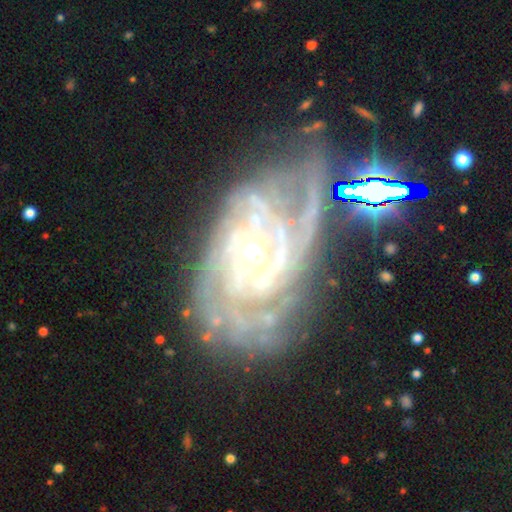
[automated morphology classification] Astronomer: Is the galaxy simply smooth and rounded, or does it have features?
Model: featured or disk — 88%.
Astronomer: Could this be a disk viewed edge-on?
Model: no — 96%.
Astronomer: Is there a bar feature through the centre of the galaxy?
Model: no — 53% (runner-up: weak, 34%).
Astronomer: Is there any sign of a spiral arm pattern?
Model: yes — 97%.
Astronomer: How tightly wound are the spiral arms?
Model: tight — 70%.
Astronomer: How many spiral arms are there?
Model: can't tell — 31% (runner-up: 2, 20%).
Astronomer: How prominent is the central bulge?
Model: small — 58% (runner-up: moderate, 37%).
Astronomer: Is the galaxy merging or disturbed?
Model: none — 56%.